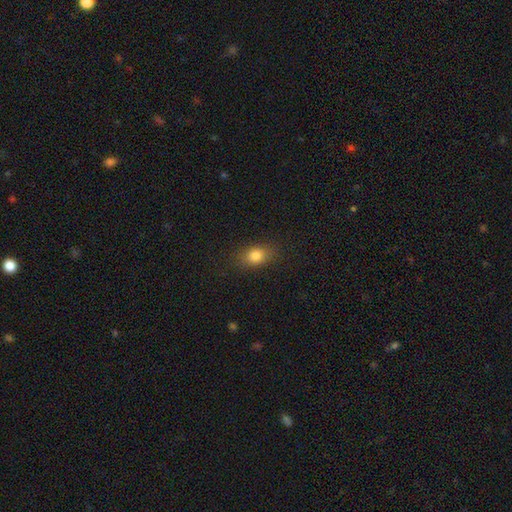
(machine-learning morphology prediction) This appears to be a smooth galaxy with no disk features (82%) that is in between round and cigar-shaped (69%). Merging: none (82%).